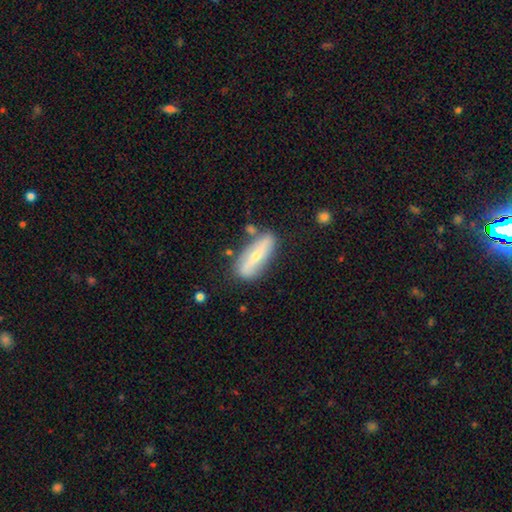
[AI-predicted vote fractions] Overall: featured or disk (52%; smooth 41%). Edge-on disk: no (54%; yes 46%). Merging: none (75%).